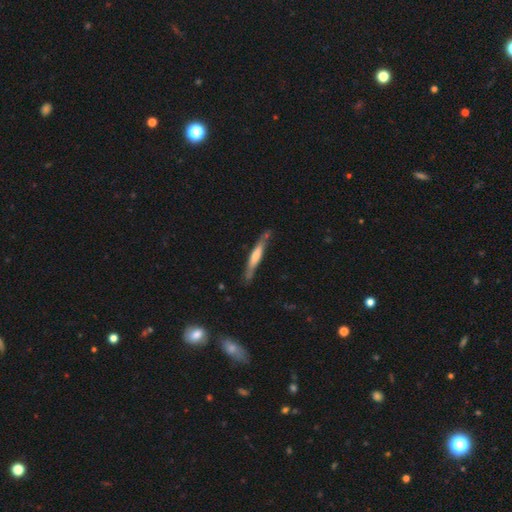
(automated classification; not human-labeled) Smooth or featured?
  - featured or disk: 49% *
  - smooth: 45%
  - star or artifact: 5%
Merging?
  - none: 77% *
  - minor disturbance: 17%
  - major disturbance: 3%
  - merger: 3%